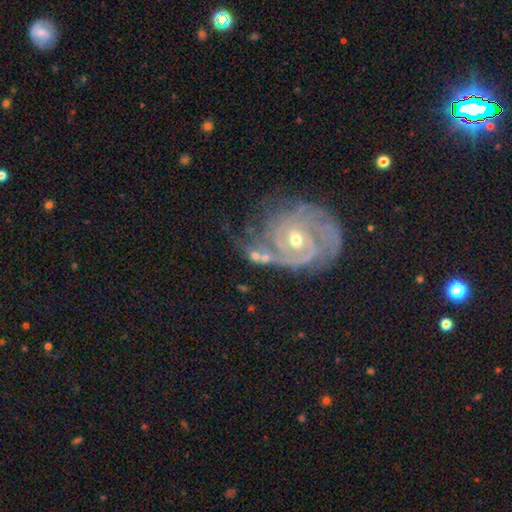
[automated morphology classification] Overall: featured or disk (67%). Edge-on disk: no (95%). Bar: no (54%; weak 31%). Spiral arms: yes (85%). Spiral arm count: 2 (45%; can't tell 22%). Spiral winding: tight (58%; medium 31%). Bulge size: moderate (65%). Merging: none (41%; merger 31%).